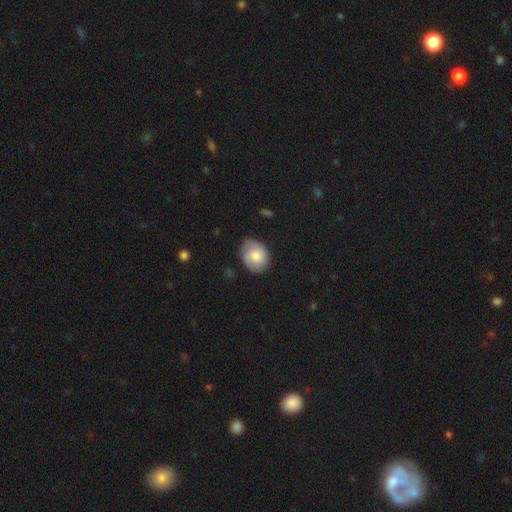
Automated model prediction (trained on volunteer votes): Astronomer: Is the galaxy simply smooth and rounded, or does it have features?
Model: smooth — 68%.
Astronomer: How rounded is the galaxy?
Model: round — 51% (runner-up: in between, 48%).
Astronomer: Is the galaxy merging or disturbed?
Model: none — 72%.